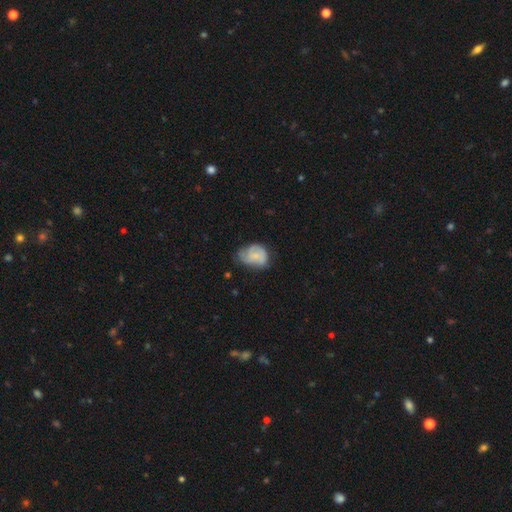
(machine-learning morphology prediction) This appears to be a smooth galaxy with no disk features (51%) that is in between round and cigar-shaped (65%). Merging: minor disturbance (38%, tied with none).